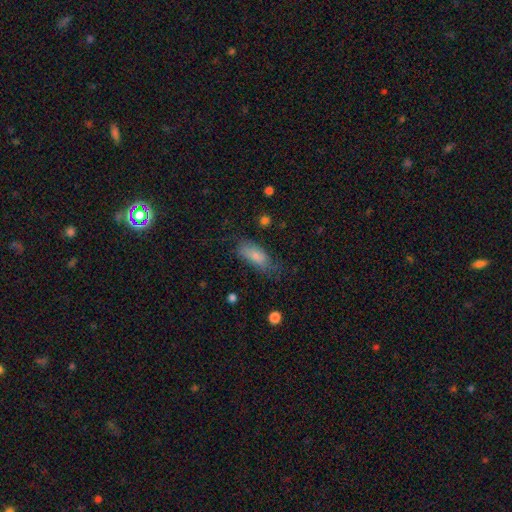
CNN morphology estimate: Smooth or featured? Predicted: smooth (p=0.80). How rounded? Predicted: in between (p=0.82). Merging? Predicted: none (p=0.58).